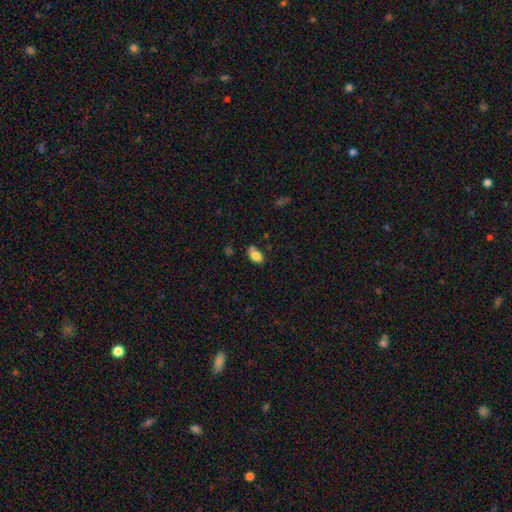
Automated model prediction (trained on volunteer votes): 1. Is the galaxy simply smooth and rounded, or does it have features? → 81% smooth, 11% featured or disk, 9% star or artifact.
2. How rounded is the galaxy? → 88% in between, 9% round, 2% cigar-shaped.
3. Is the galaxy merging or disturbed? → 62% none, 27% minor disturbance, 6% major disturbance, 5% merger.